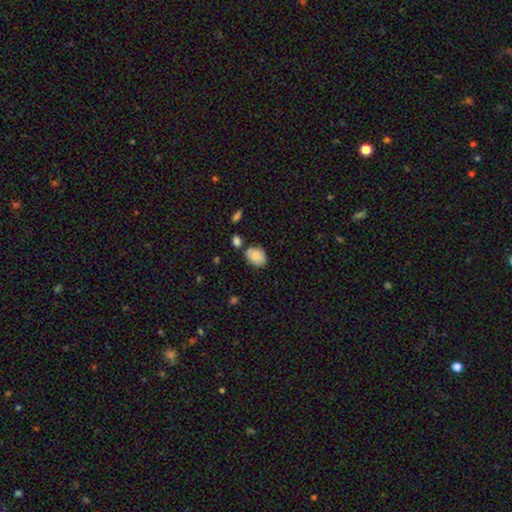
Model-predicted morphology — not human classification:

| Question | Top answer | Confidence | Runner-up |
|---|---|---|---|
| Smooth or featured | smooth | 83% | featured or disk (9%) |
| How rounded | in between | 79% | round (20%) |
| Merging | none | 66% | minor disturbance (19%) |